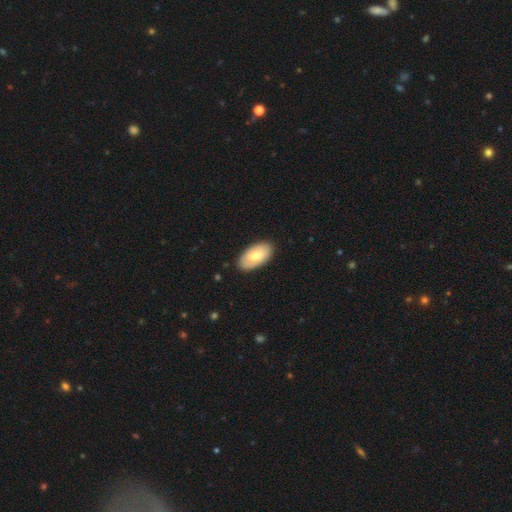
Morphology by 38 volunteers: Smooth or featured? 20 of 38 (53%) said smooth. How rounded? 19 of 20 (95%) said in between. Merging? 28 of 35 (80%) said none.